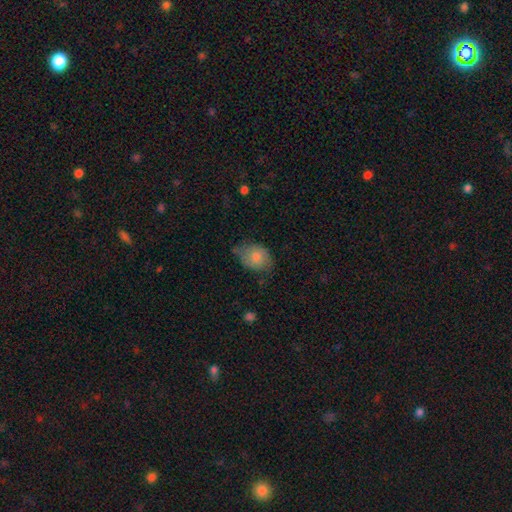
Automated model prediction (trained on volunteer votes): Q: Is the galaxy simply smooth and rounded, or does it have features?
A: smooth — 72%.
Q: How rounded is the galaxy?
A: in between — 64%.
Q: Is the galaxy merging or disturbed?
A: none — 52%.